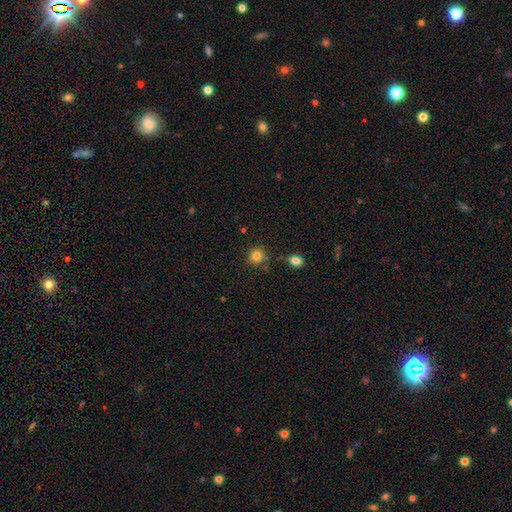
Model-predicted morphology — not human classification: Smooth or featured? Predicted: smooth (p=0.83). How rounded? Predicted: round (p=0.83). Merging? Predicted: none (p=0.79).